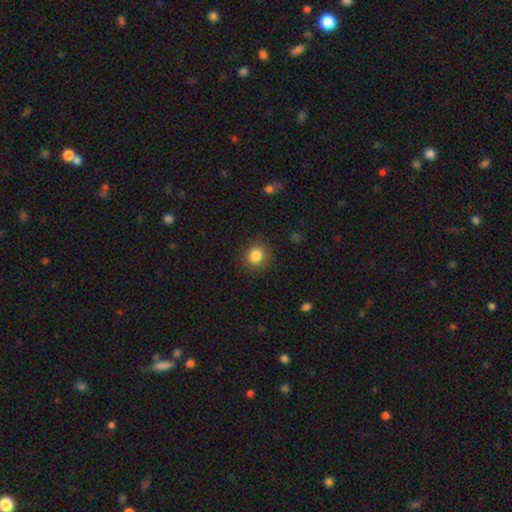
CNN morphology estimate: Q: Smooth or featured?
A: smooth (84%); runner-up: star or artifact (10%)
Q: How rounded?
A: round (79%); runner-up: in between (20%)
Q: Merging?
A: none (87%); runner-up: minor disturbance (9%)